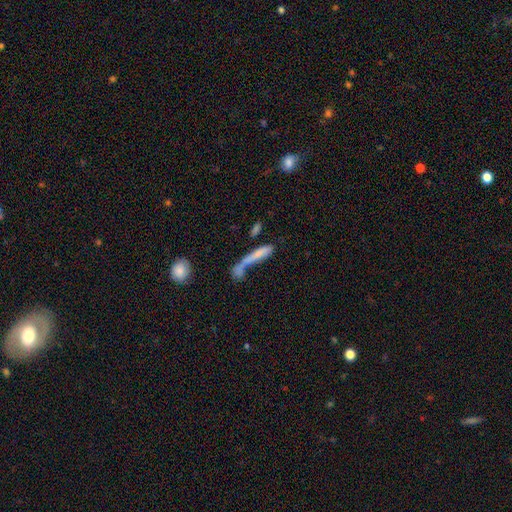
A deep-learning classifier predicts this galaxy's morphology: The model was most divided on "merging": merger: 40%, none: 27%, major disturbance: 20%, minor disturbance: 13%. More confident: how rounded — cigar-shaped (80%); smooth or featured — smooth (55%).